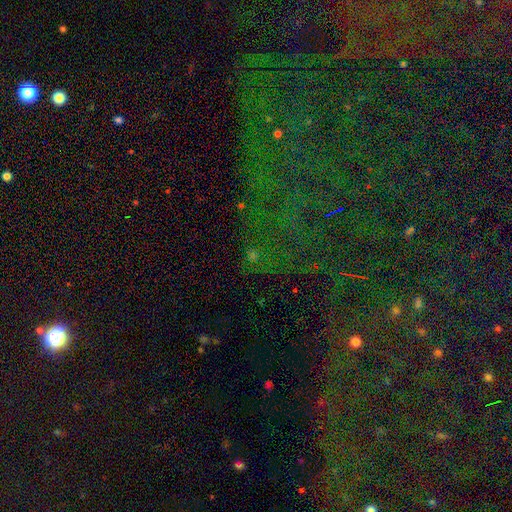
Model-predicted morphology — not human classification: smooth_or_featured: star or artifact (p=0.71) [alt: smooth p=0.20]